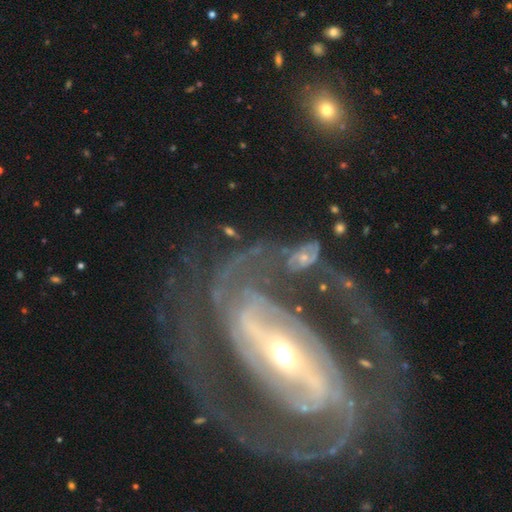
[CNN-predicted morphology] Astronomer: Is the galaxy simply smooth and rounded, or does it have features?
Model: featured or disk — 91%.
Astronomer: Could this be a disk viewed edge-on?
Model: no — 96%.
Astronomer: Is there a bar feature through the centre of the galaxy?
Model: strong — 68%.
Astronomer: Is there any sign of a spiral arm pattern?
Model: yes — 96%.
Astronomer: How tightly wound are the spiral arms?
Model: medium — 48% (runner-up: tight, 35%).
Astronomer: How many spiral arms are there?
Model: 2 — 80%.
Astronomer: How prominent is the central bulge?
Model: small — 49% (runner-up: moderate, 44%).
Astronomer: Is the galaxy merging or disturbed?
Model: none — 62%.